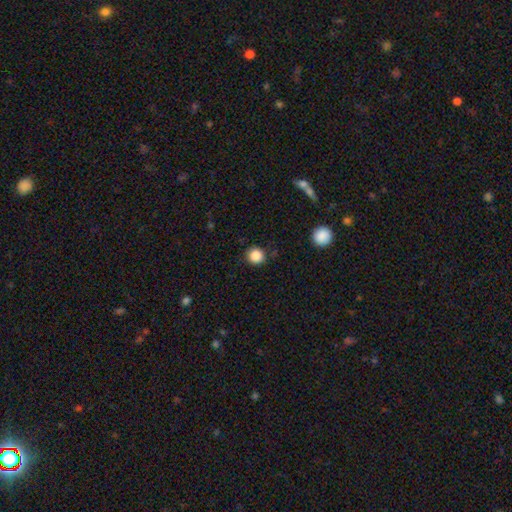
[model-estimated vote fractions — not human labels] Overall: smooth (87%). How rounded: round (93%). Merging: none (88%).